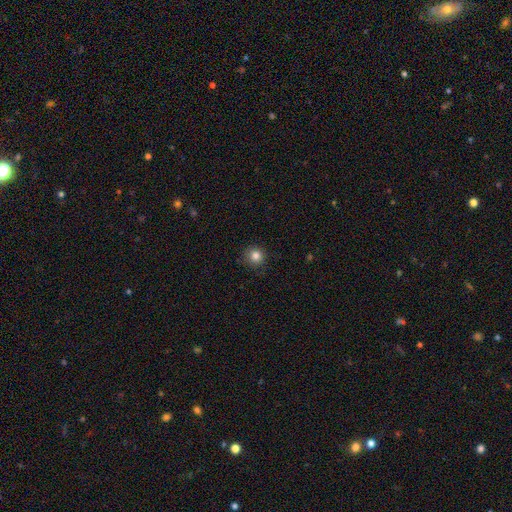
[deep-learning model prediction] Morphology: type=smooth (83%); roundness=round (94%); merging=none (89%).